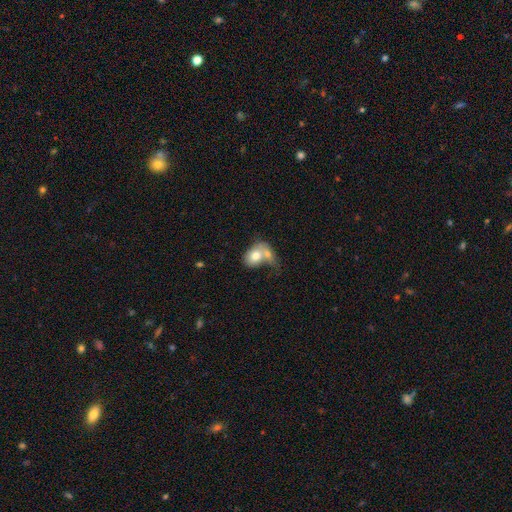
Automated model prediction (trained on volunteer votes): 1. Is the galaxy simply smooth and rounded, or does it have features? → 72% smooth, 21% featured or disk, 7% star or artifact.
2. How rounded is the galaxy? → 66% in between, 33% round, 1% cigar-shaped.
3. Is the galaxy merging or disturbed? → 65% merger, 16% none, 10% minor disturbance, 9% major disturbance.